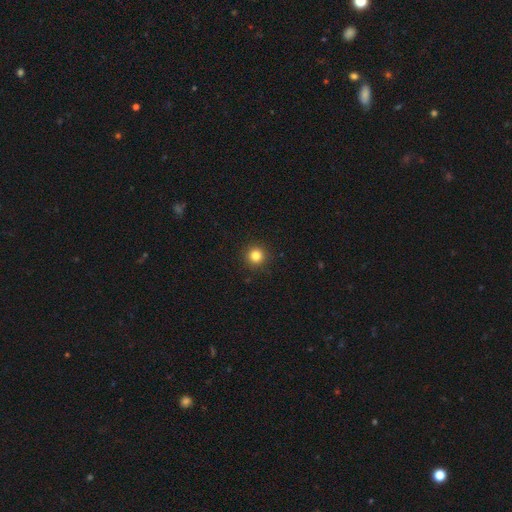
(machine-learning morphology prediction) A smooth galaxy with no disk features (83%) that is round (95%).

Vote fractions:
- Smooth or featured? smooth: 83% / star or artifact: 12% / featured or disk: 5%
- How rounded? round: 95% / in between: 4% / cigar-shaped: 1%
- Merging? none: 92% / minor disturbance: 5% / major disturbance: 2% / merger: 1%